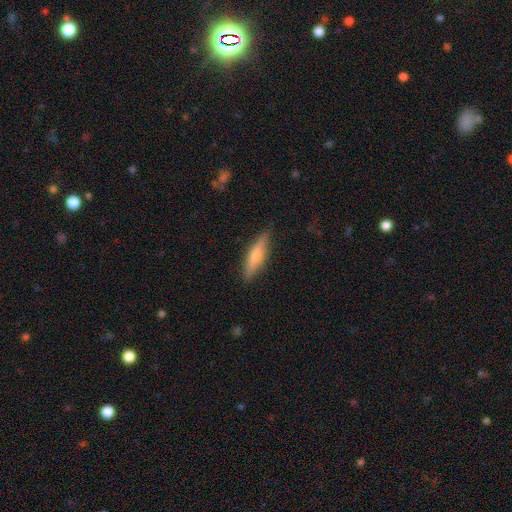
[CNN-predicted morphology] smooth-or-featured: smooth: 56% | featured or disk: 37% | star or artifact: 6%
  how-rounded: cigar-shaped: 76% | in between: 22% | round: 2%
  merging: none: 85% | minor disturbance: 11% | major disturbance: 2% | merger: 1%